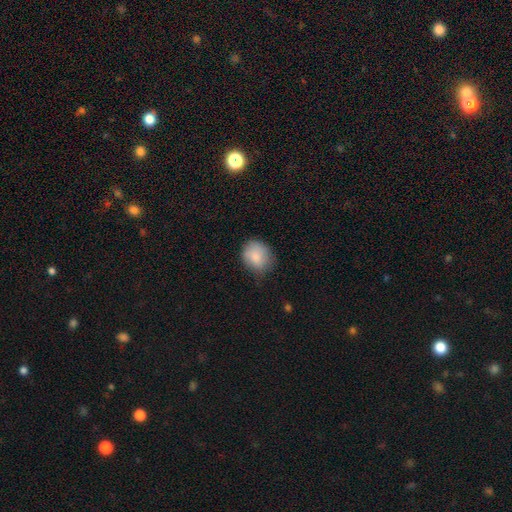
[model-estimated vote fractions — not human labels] This is clearly a smooth galaxy (85%). How rounded: likely round (65%). Merging: likely none (68%).